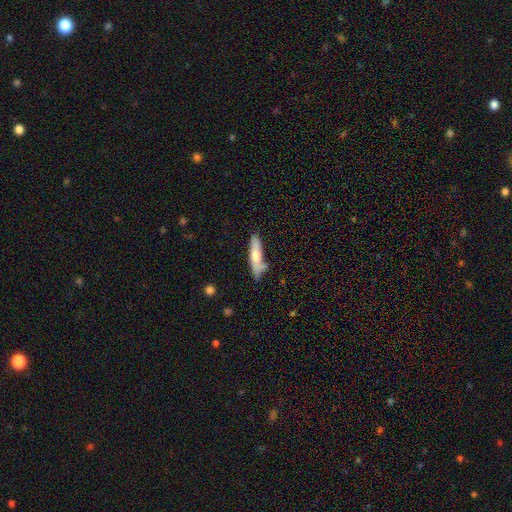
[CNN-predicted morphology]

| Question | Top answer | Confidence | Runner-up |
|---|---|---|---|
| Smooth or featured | smooth | 61% | featured or disk (33%) |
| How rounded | cigar-shaped | 74% | in between (24%) |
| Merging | none | 63% | minor disturbance (23%) |